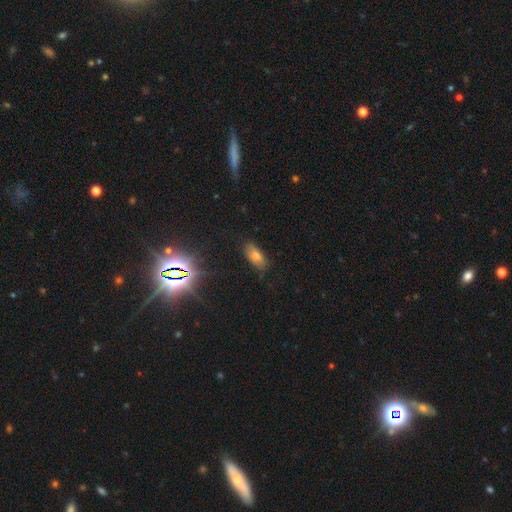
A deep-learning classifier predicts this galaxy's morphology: This is likely a smooth galaxy (66%). How rounded: clearly in between (86%). Merging: clearly none (82%).